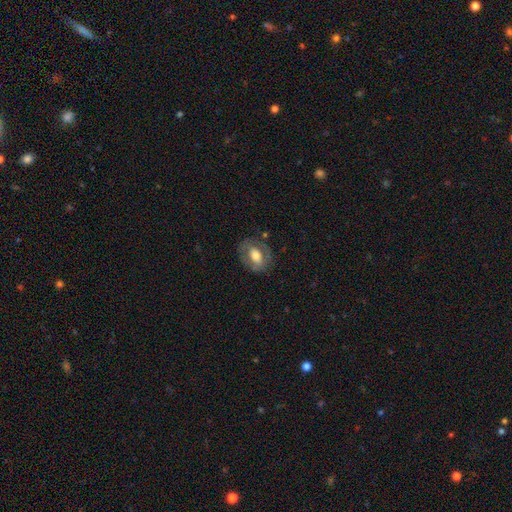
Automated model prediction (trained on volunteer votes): A smooth galaxy with no disk features (50%) that is in between round and cigar-shaped (71%).

Vote fractions:
- Smooth or featured? smooth: 50% / featured or disk: 43% / star or artifact: 7%
- How rounded? in between: 71% / round: 28% / cigar-shaped: 2%
- Merging? none: 72% / minor disturbance: 18% / major disturbance: 9% / merger: 2%